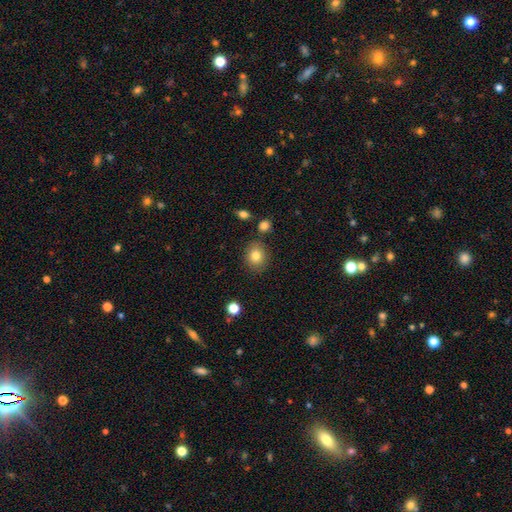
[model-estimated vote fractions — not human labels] Smooth or featured?
  - smooth: 83% *
  - star or artifact: 10%
  - featured or disk: 8%
How rounded?
  - round: 66% *
  - in between: 34%
  - cigar-shaped: 1%
Merging?
  - none: 82% *
  - minor disturbance: 11%
  - merger: 4%
  - major disturbance: 3%